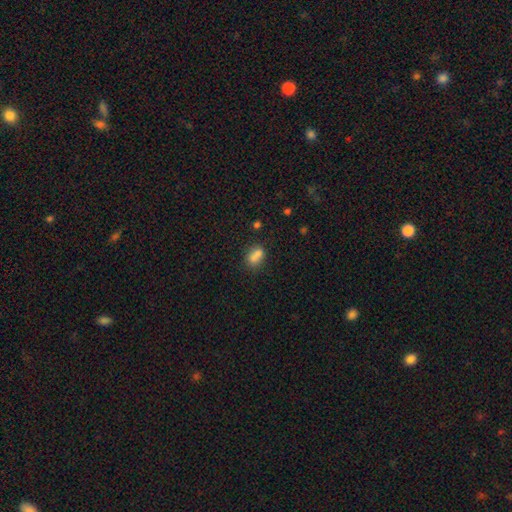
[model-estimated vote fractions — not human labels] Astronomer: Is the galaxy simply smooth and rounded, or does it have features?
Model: smooth — 81%.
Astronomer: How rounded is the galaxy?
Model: in between — 78%.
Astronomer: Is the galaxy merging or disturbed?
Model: none — 55%.